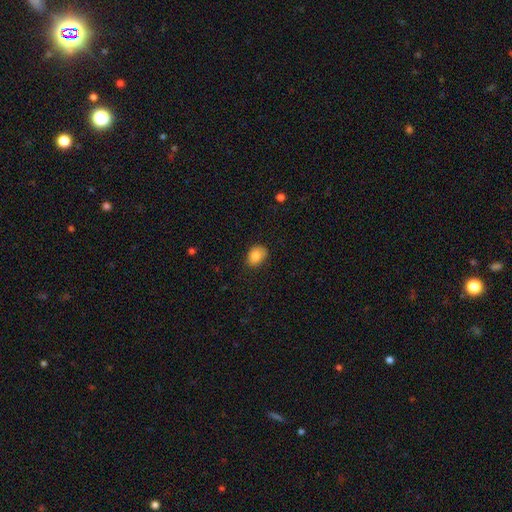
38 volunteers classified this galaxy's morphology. Q: Smooth or featured?
A: smooth (87%); runner-up: star or artifact (11%)
Q: How rounded?
A: in between (73%); runner-up: round (27%)
Q: Merging?
A: none (56%); runner-up: minor disturbance (35%)